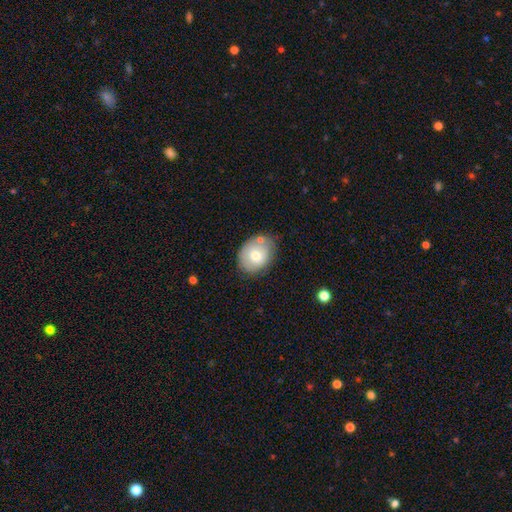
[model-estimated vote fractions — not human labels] Morphology: type=smooth (69%); roundness=in between (58%); merging=none (64%).